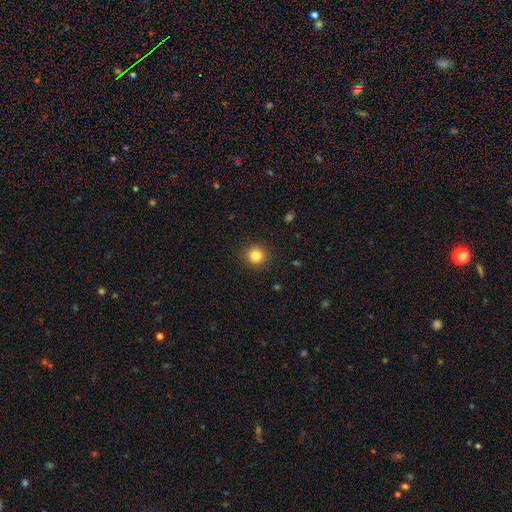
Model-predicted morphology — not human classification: Smooth or featured?
  - smooth: 83% *
  - star or artifact: 12%
  - featured or disk: 5%
How rounded?
  - round: 92% *
  - in between: 7%
  - cigar-shaped: 1%
Merging?
  - none: 90% *
  - minor disturbance: 6%
  - major disturbance: 2%
  - merger: 1%